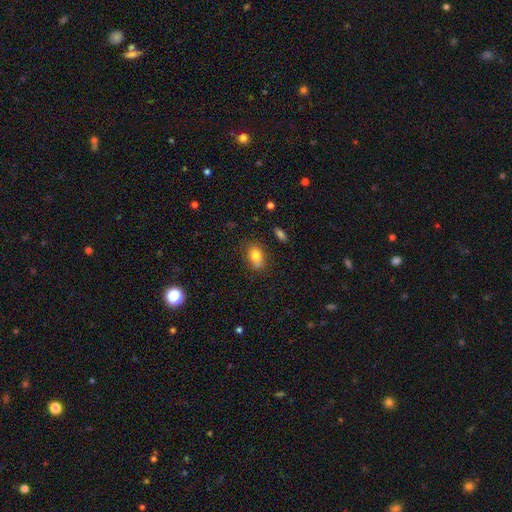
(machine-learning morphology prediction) smooth_or_featured: smooth (p=0.81) [alt: featured or disk p=0.10]
how_rounded: in between (p=0.80) [alt: round p=0.17]
merging: none (p=0.69) [alt: minor disturbance p=0.20]